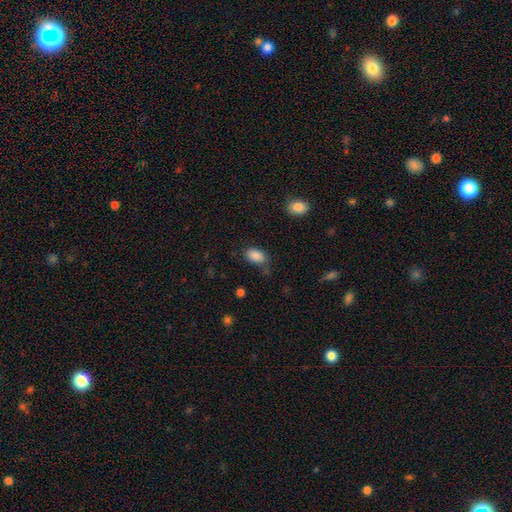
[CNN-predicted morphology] smooth 87%, star or artifact 8%, featured or disk 4%. Down the decision tree: how rounded — in between (90%); merging — none (70%).